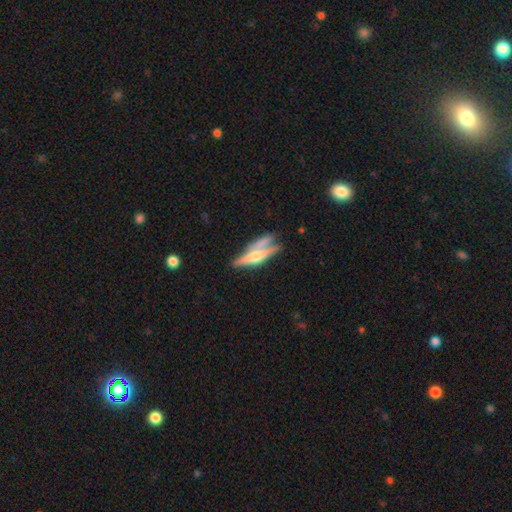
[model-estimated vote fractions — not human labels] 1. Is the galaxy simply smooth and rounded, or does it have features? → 53% featured or disk, 40% smooth, 7% star or artifact.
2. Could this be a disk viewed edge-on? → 88% yes, 12% no.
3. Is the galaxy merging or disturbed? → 50% none, 26% merger, 15% minor disturbance, 9% major disturbance.